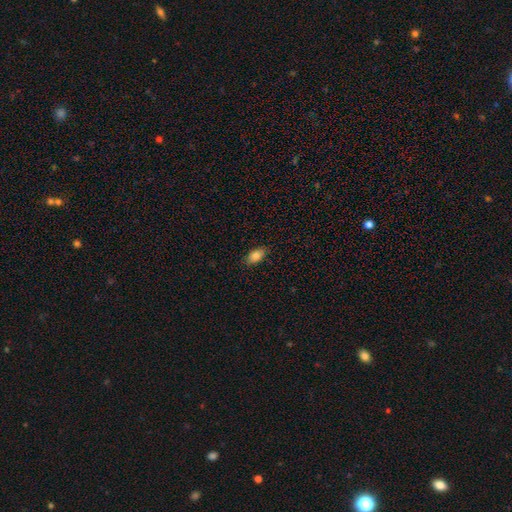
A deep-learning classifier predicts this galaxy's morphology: type=smooth (82%); roundness=in between (89%); merging=none (86%).